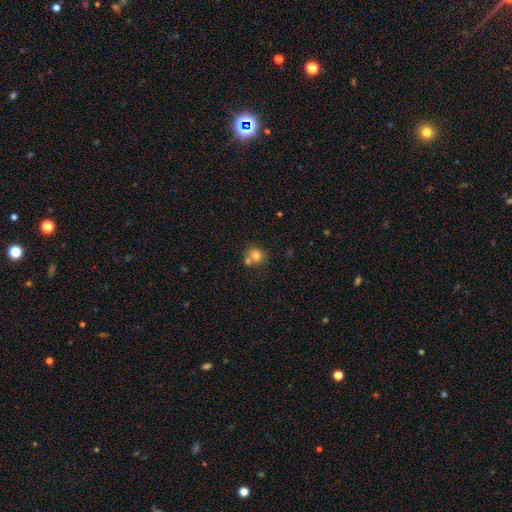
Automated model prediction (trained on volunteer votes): Smooth or featured?
  - smooth: 76% *
  - featured or disk: 13%
  - star or artifact: 11%
How rounded?
  - round: 80% *
  - in between: 19%
  - cigar-shaped: 1%
Merging?
  - none: 48% *
  - merger: 39%
  - minor disturbance: 10%
  - major disturbance: 3%